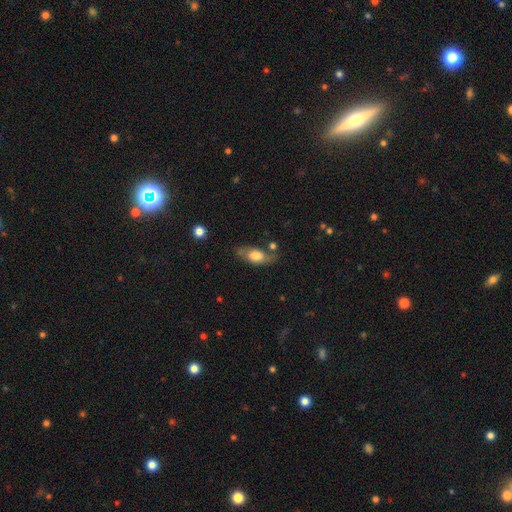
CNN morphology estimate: Smooth or featured? smooth (60%)
How rounded? in between (81%)
Merging? none (63%)